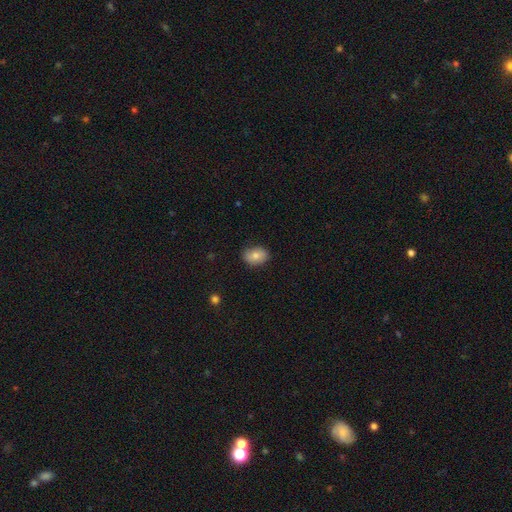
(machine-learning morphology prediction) smooth_or_featured: smooth (p=0.77) [alt: featured or disk p=0.15]
how_rounded: in between (p=0.76) [alt: round p=0.22]
merging: none (p=0.83) [alt: minor disturbance p=0.14]